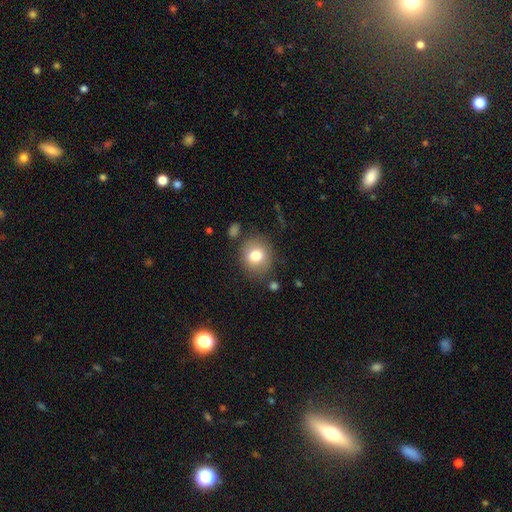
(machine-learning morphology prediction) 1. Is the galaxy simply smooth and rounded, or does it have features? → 77% smooth, 13% featured or disk, 10% star or artifact.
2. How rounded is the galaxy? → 77% round, 22% in between, 1% cigar-shaped.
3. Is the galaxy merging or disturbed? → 81% none, 12% minor disturbance, 4% major disturbance, 4% merger.